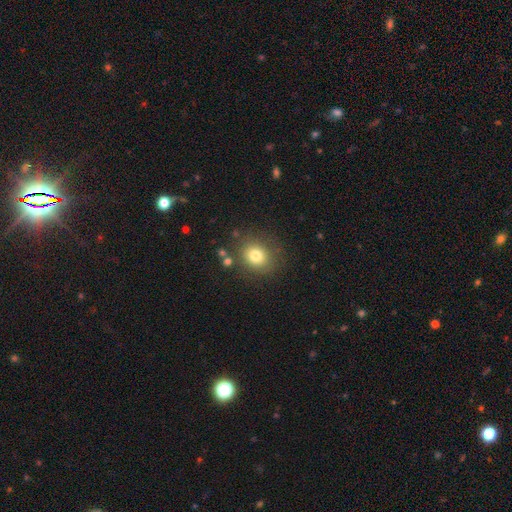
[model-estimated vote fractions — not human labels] Smooth or featured? smooth (78%)
How rounded? round (73%)
Merging? none (81%)